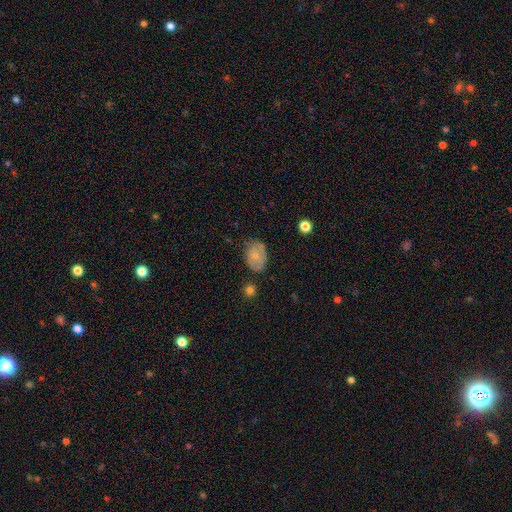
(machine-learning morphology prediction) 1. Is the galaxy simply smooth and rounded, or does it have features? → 65% smooth, 28% featured or disk, 8% star or artifact.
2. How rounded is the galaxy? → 74% in between, 25% round, 1% cigar-shaped.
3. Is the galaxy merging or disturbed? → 65% none, 27% minor disturbance, 5% major disturbance, 3% merger.